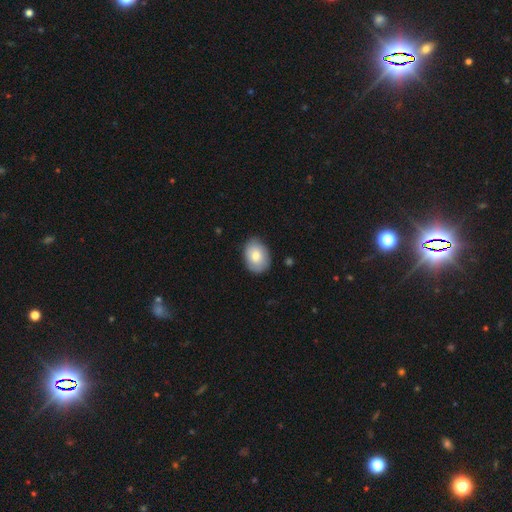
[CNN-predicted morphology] smooth-or-featured: smooth: 76% | featured or disk: 17% | star or artifact: 7%
  how-rounded: in between: 72% | round: 27% | cigar-shaped: 1%
  merging: none: 82% | minor disturbance: 14% | major disturbance: 2% | merger: 1%